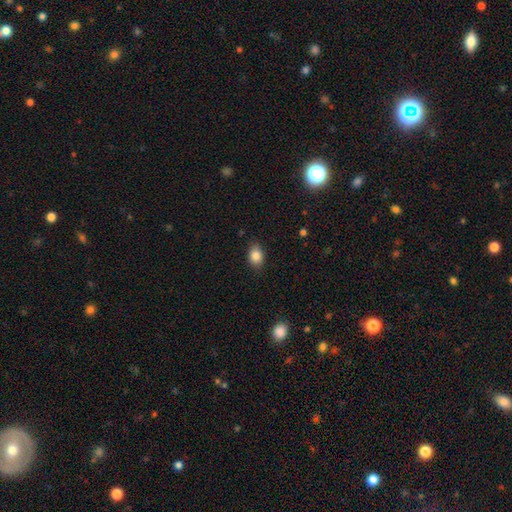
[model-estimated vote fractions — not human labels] Morphology: type=smooth (85%); roundness=in between (74%); merging=none (82%).